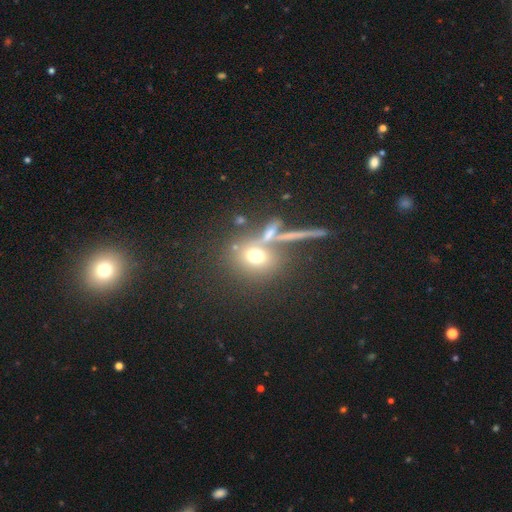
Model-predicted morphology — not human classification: A smooth galaxy with no disk features (65%) that is round (73%).

Vote fractions:
- Smooth or featured? smooth: 65% / star or artifact: 18% / featured or disk: 17%
- How rounded? round: 73% / in between: 24% / cigar-shaped: 3%
- Merging? none: 63% / merger: 19% / minor disturbance: 11% / major disturbance: 7%